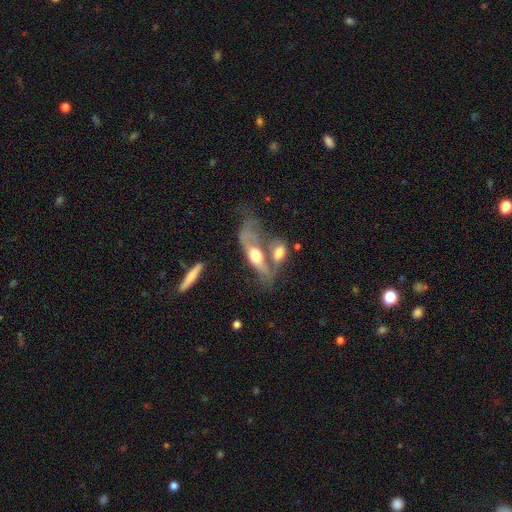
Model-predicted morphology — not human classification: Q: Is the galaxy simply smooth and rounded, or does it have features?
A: featured or disk — 52%.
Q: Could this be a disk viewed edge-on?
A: no — 51%.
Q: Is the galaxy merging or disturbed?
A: merger — 55%.